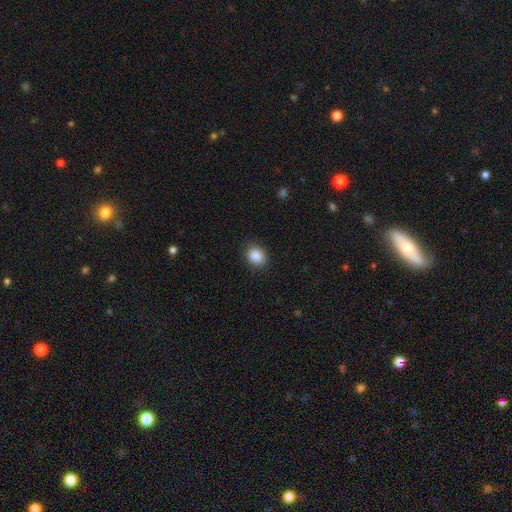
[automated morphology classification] Smooth or featured? smooth (88%)
How rounded? round (50%)
Merging? none (88%)